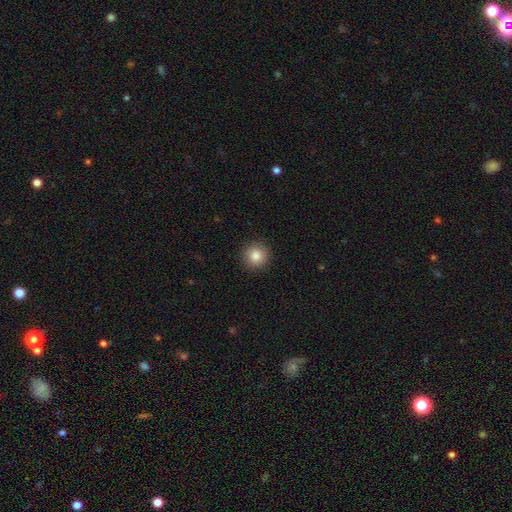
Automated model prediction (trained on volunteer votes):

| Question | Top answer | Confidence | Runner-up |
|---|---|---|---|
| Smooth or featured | smooth | 85% | star or artifact (9%) |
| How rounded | round | 94% | in between (5%) |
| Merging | none | 91% | minor disturbance (6%) |